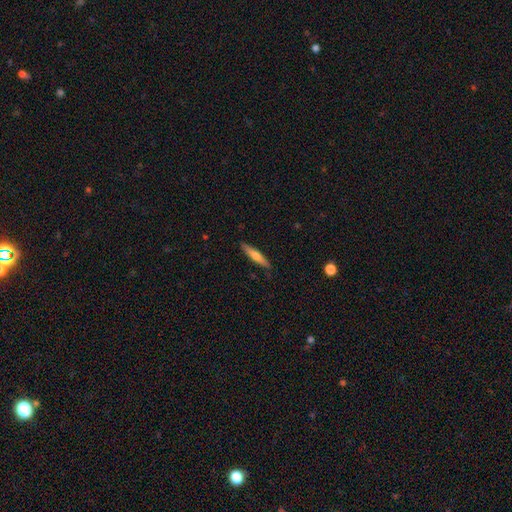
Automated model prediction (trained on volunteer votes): This appears to be a smooth galaxy with no disk features (58%) that is cigar-shaped (90%). Merging: none (89%).